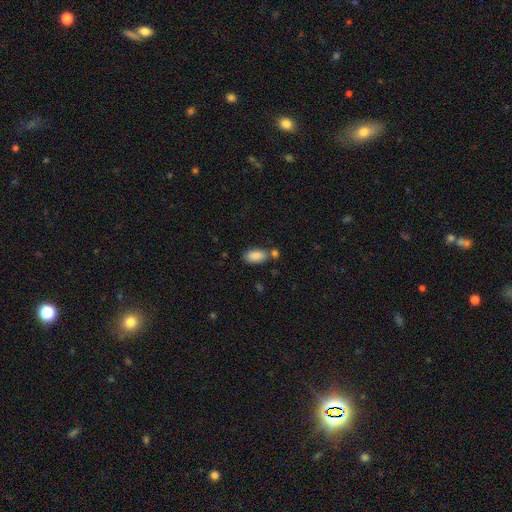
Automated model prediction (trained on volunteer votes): This appears to be a smooth galaxy with no disk features (87%) that is in between round and cigar-shaped (92%). Merging: none (63%).